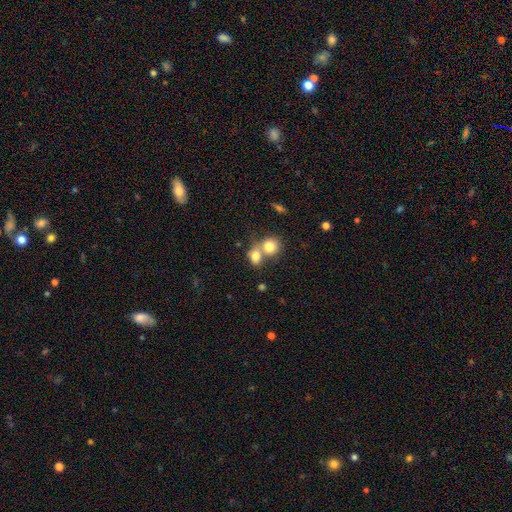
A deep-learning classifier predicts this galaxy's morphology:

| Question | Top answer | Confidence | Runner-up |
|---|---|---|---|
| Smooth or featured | smooth | 78% | featured or disk (12%) |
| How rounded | round | 51% | in between (48%) |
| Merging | merger | 63% | none (27%) |